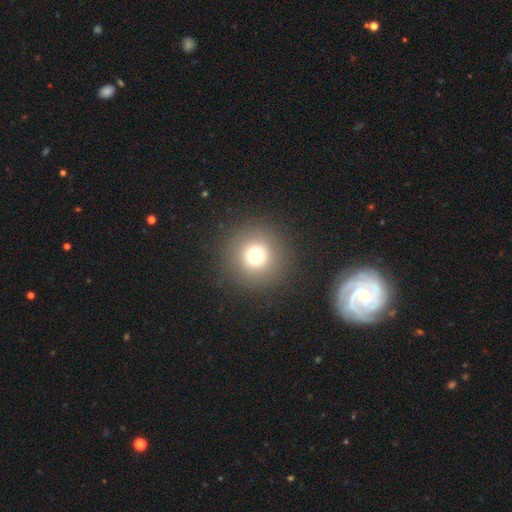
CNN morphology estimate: This is likely a smooth galaxy (73%). How rounded: clearly round (96%). Merging: clearly none (89%).